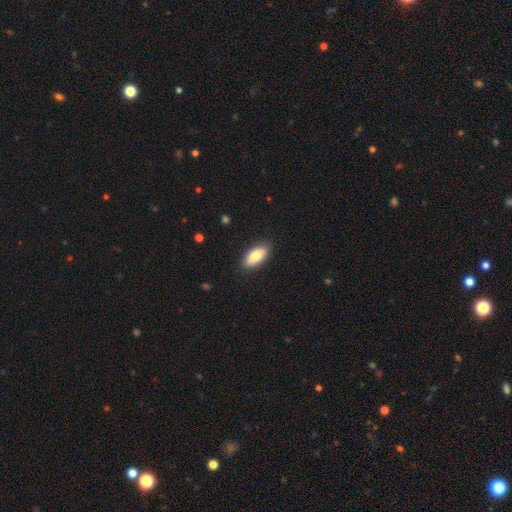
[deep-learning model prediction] smooth-or-featured: smooth: 79% | featured or disk: 14% | star or artifact: 6%
  how-rounded: in between: 89% | cigar-shaped: 9% | round: 3%
  merging: none: 87% | minor disturbance: 10% | major disturbance: 2% | merger: 1%